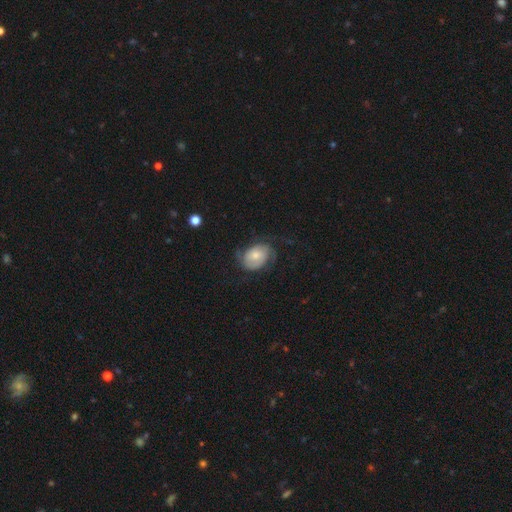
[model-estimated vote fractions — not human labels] This appears to be a featured or disk galaxy (53%) with no bar (69%), spiral arms (80%) and a moderate central bulge (46%). Merging: none (52%).